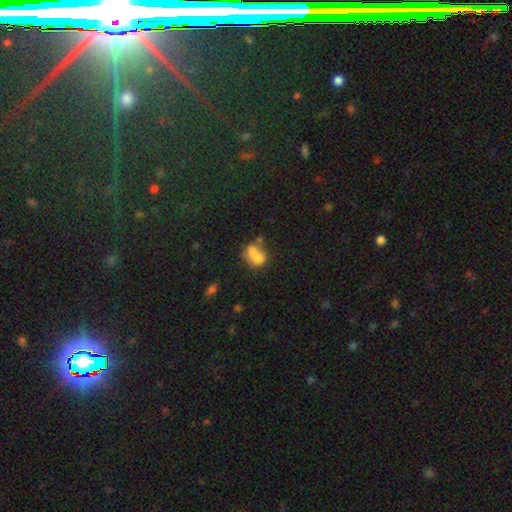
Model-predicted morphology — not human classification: The model was most divided on "how rounded": in between: 51%, round: 47%, cigar-shaped: 1%. More confident: smooth or featured — smooth (65%); merging — merger (56%).